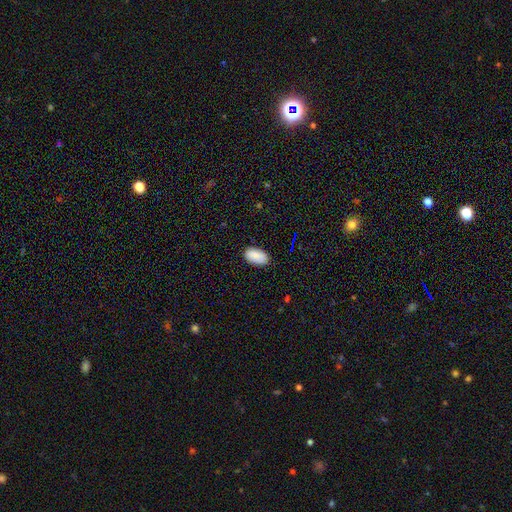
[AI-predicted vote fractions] Smooth or featured: smooth — 89% (star or artifact — 7%)
How rounded: in between — 95% (round — 3%)
Merging: none — 85% (minor disturbance — 12%)